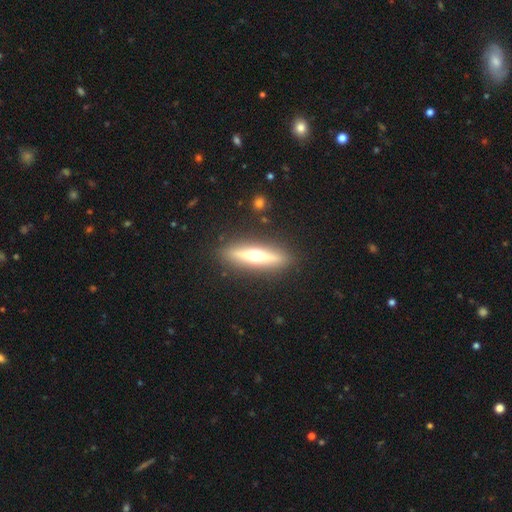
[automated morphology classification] A featured or disk galaxy (63%) viewed edge-on (93%) with a rounded central bulge (94%). Merging: none (89%).